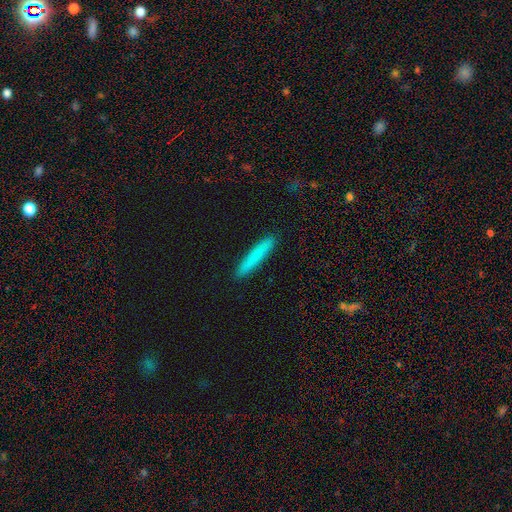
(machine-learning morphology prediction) This is clearly a smooth galaxy (81%). How rounded: clearly cigar-shaped (94%). Merging: clearly none (92%).